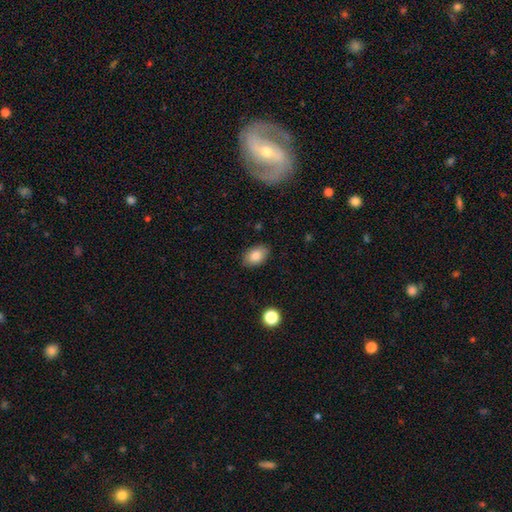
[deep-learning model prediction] smooth-or-featured: smooth: 85% | featured or disk: 8% | star or artifact: 7%
  how-rounded: in between: 88% | round: 11% | cigar-shaped: 1%
  merging: none: 85% | minor disturbance: 11% | major disturbance: 2% | merger: 1%